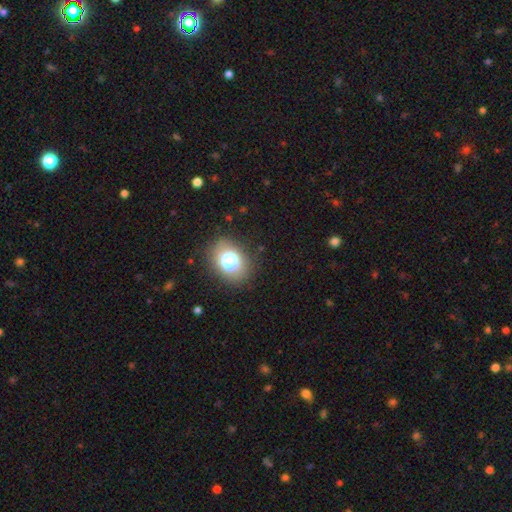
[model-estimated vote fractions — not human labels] A smooth galaxy with no disk features (72%) that is round (59%). Merging: none (90%).